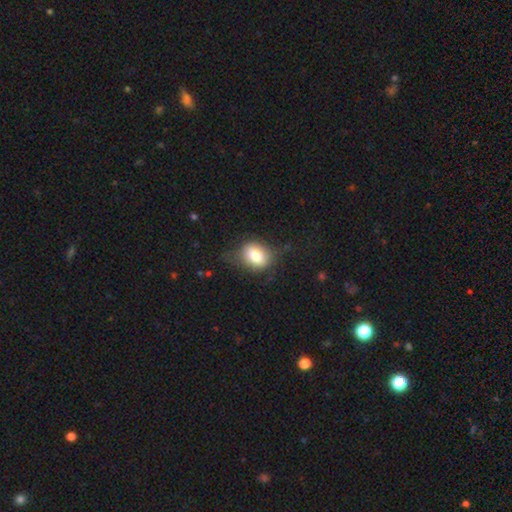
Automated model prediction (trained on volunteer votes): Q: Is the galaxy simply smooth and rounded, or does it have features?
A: smooth — 76%.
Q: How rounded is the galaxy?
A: in between — 58%.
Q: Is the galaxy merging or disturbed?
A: none — 59%.